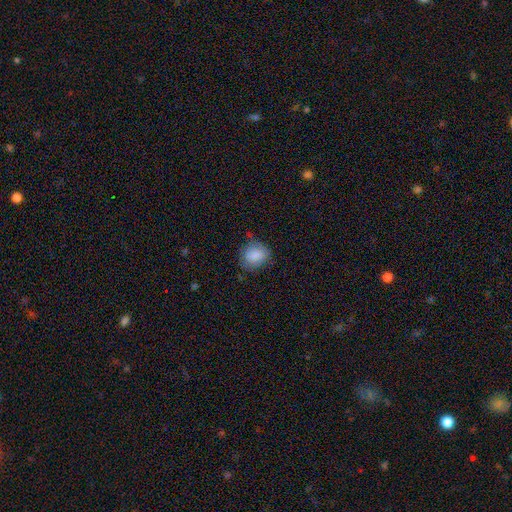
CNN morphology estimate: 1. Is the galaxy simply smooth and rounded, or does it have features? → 83% smooth, 9% featured or disk, 8% star or artifact.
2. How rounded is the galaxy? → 57% round, 42% in between, 1% cigar-shaped.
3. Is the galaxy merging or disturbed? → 63% none, 27% minor disturbance, 8% major disturbance, 2% merger.